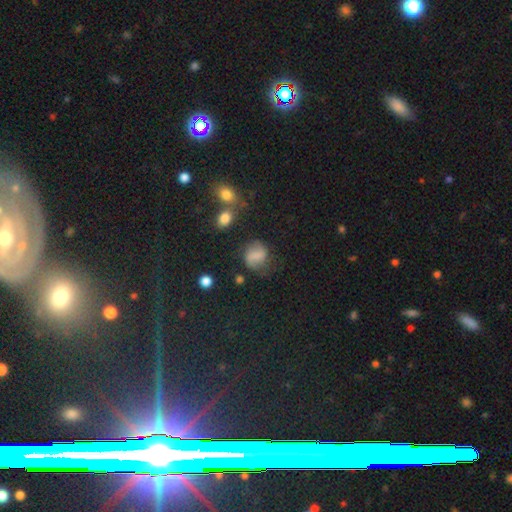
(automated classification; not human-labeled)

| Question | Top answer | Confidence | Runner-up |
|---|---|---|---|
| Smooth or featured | smooth | 58% | featured or disk (30%) |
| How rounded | round | 62% | in between (36%) |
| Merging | none | 61% | minor disturbance (23%) |